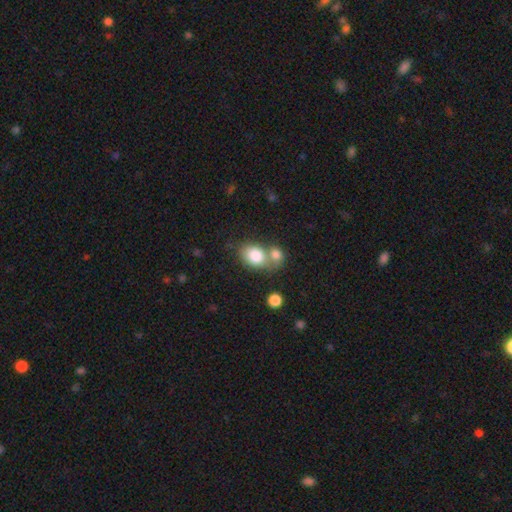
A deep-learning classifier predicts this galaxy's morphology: Smooth or featured? smooth (82%)
How rounded? in between (64%)
Merging? merger (47%)